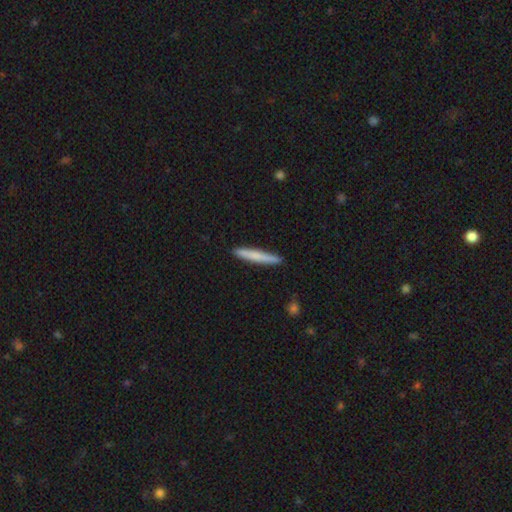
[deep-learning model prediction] This appears to be a smooth galaxy with no disk features (70%) that is cigar-shaped (96%). Merging: none (90%).